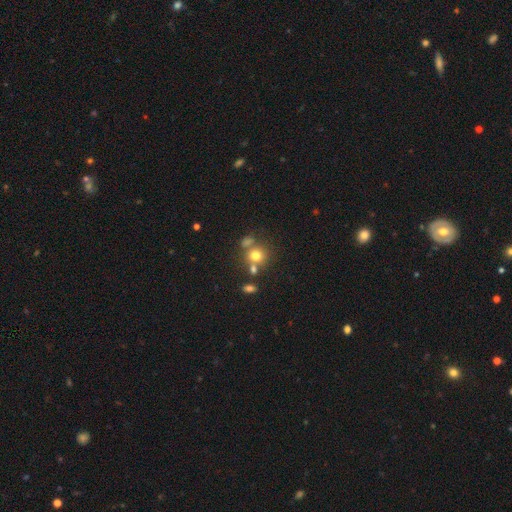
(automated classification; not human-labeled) smooth 71%, star or artifact 15%, featured or disk 14%. Down the decision tree: how rounded — round (83%); merging — none (55%).